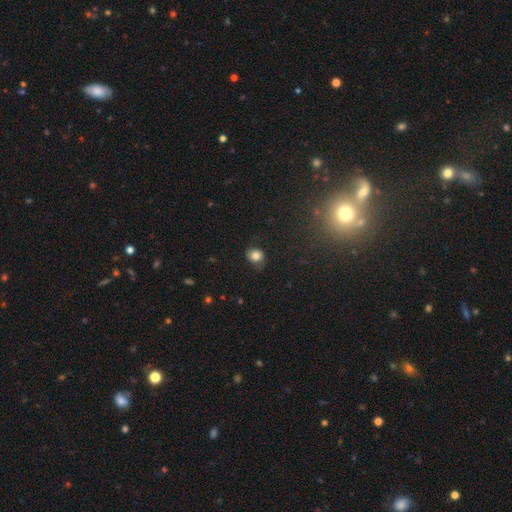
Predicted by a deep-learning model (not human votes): smooth_or_featured: smooth (p=0.78) [alt: featured or disk p=0.11]
how_rounded: round (p=0.64) [alt: in between p=0.35]
merging: none (p=0.74) [alt: minor disturbance p=0.19]